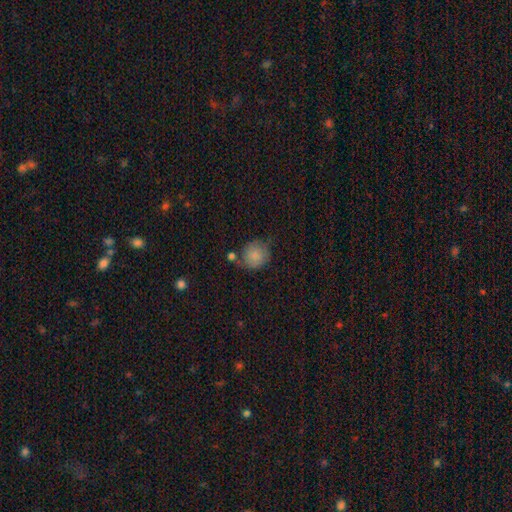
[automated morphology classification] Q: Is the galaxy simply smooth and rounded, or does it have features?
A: smooth — 83%.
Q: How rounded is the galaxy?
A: round — 86%.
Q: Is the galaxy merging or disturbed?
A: none — 61%.